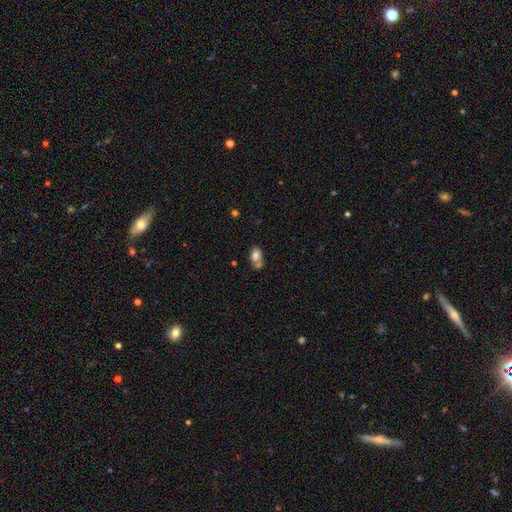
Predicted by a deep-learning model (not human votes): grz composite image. It shows a smooth galaxy with no disk features (76%) that is in between round and cigar-shaped (81%). Merging: merger (43%).